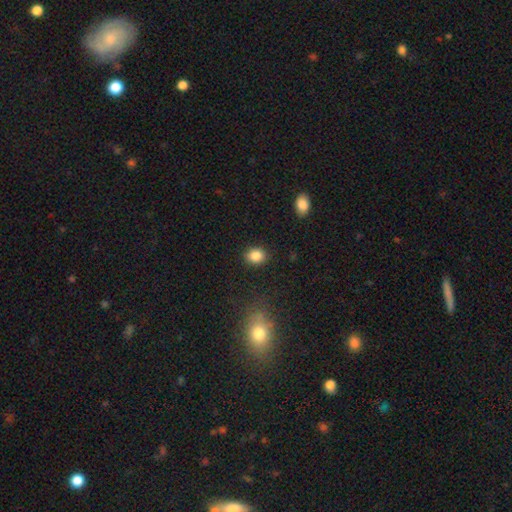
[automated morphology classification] A smooth galaxy with no disk features (86%) that is round (55%). Merging: none (89%).